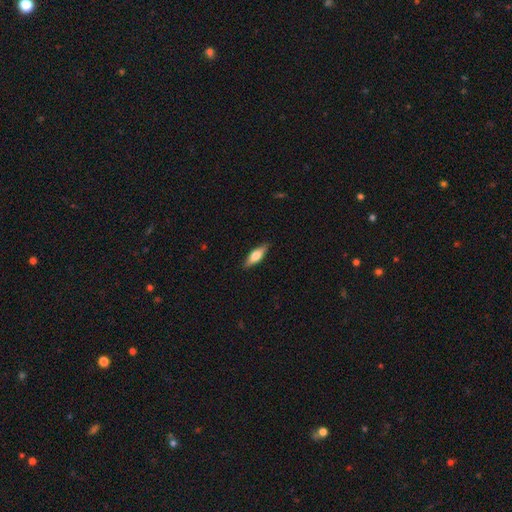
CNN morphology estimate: The model was most divided on "how rounded": in between: 52%, cigar-shaped: 46%, round: 3%. More confident: merging — none (87%); smooth or featured — smooth (60%).